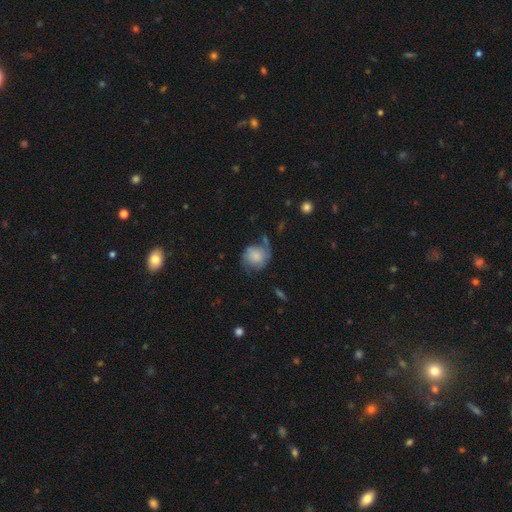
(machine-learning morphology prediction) Overall: smooth (63%; featured or disk 29%). How rounded: round (74%). Merging: none (41%; minor disturbance 29%).